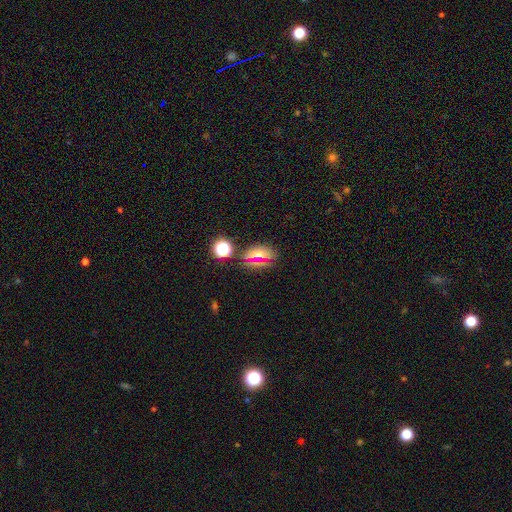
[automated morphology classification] This appears to be a featured or disk galaxy (36%). Merging: none (71%).